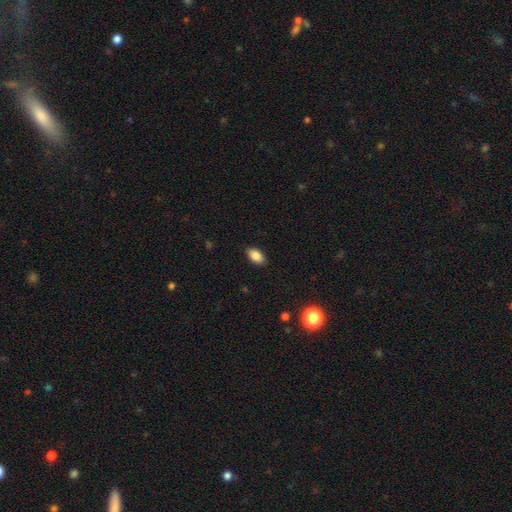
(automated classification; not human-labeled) A smooth galaxy with no disk features (86%) that is in between round and cigar-shaped (92%).

Vote fractions:
- Smooth or featured? smooth: 86% / star or artifact: 8% / featured or disk: 6%
- How rounded? in between: 92% / round: 5% / cigar-shaped: 2%
- Merging? none: 88% / minor disturbance: 9% / major disturbance: 2% / merger: 1%